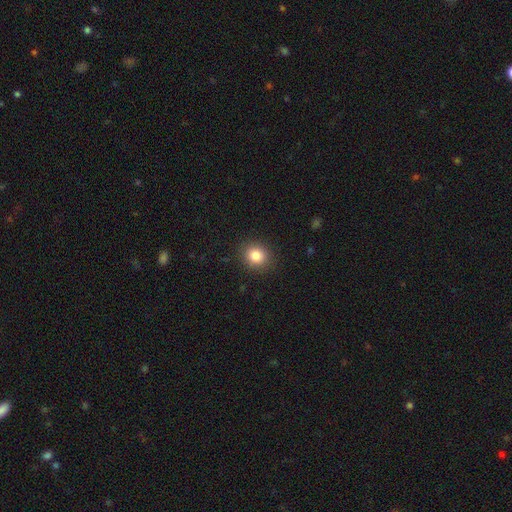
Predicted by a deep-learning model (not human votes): The model was most divided on "how rounded": round: 78%, in between: 21%, cigar-shaped: 1%. More confident: merging — none (90%); smooth or featured — smooth (83%).